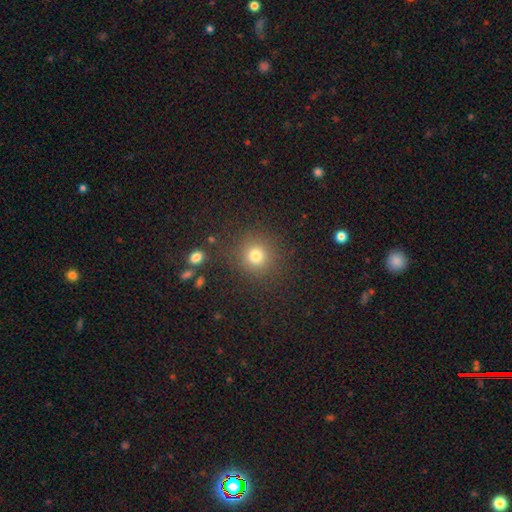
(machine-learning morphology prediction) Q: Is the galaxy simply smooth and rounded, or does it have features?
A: smooth — 78%.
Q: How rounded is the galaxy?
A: round — 90%.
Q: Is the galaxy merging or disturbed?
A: none — 85%.